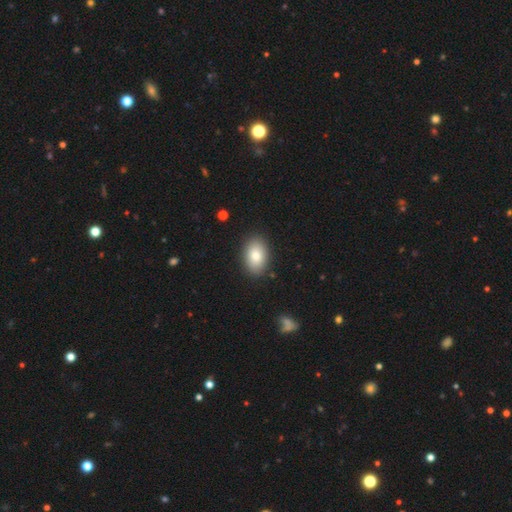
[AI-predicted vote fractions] Overall: smooth (82%). How rounded: in between (87%). Merging: none (88%).